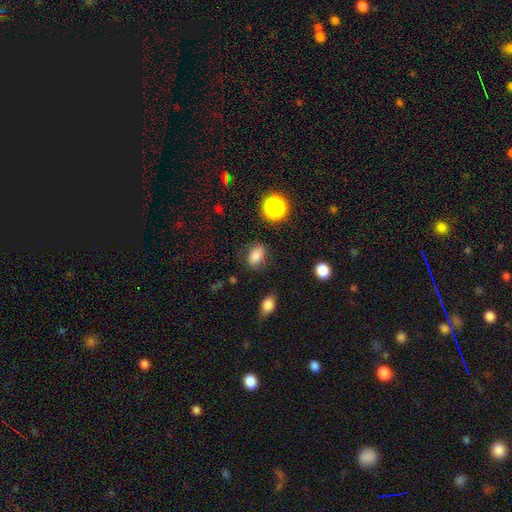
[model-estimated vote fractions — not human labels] A smooth galaxy with no disk features (79%) that is in between round and cigar-shaped (71%). Merging: none (72%).